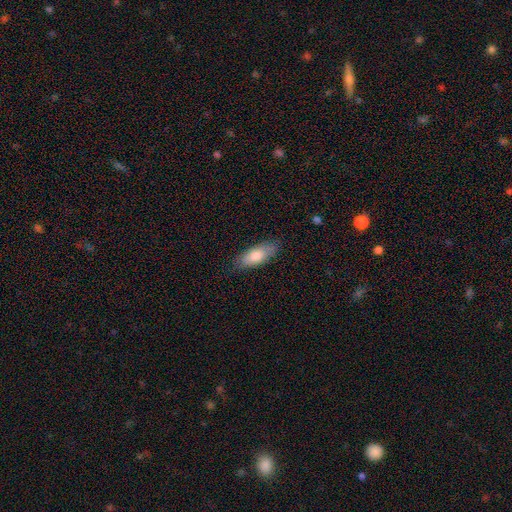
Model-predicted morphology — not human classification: Smooth or featured: smooth — 76% (featured or disk — 18%)
How rounded: in between — 70% (cigar-shaped — 28%)
Merging: none — 83% (minor disturbance — 14%)